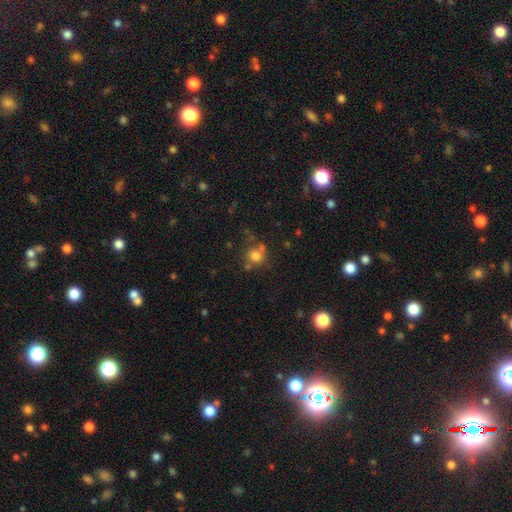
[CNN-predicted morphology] smooth_or_featured: smooth (p=0.74) [alt: star or artifact p=0.15]
how_rounded: round (p=0.87) [alt: in between p=0.12]
merging: none (p=0.62) [alt: merger p=0.20]